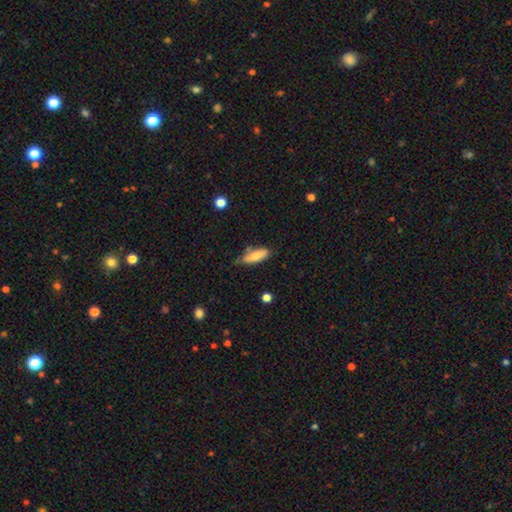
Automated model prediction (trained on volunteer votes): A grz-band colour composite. It shows a smooth galaxy with no disk features (76%) that is in between round and cigar-shaped (58%). Merging: none (70%).